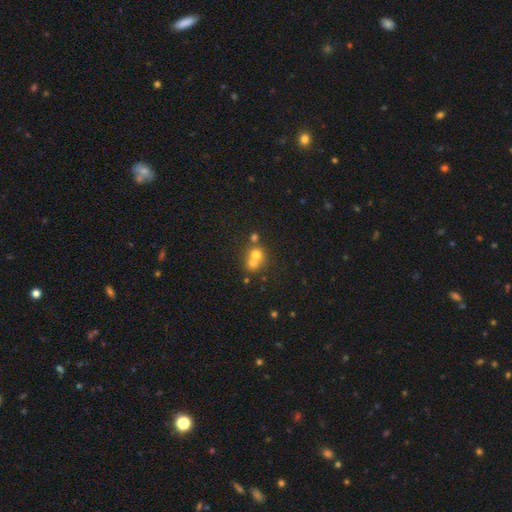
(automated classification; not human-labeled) Smooth or featured?
  - smooth: 67% *
  - featured or disk: 19%
  - star or artifact: 15%
How rounded?
  - round: 82% *
  - in between: 17%
  - cigar-shaped: 1%
Merging?
  - merger: 60% *
  - none: 33%
  - minor disturbance: 5%
  - major disturbance: 2%